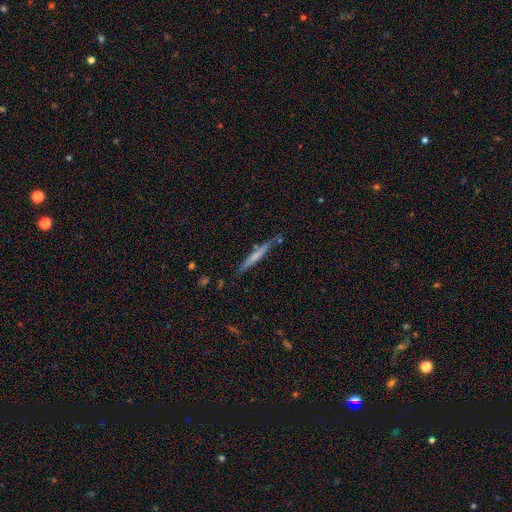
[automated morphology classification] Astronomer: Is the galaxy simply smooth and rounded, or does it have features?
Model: smooth — 49% (runner-up: featured or disk, 45%).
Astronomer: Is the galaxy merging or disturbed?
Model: none — 80%.